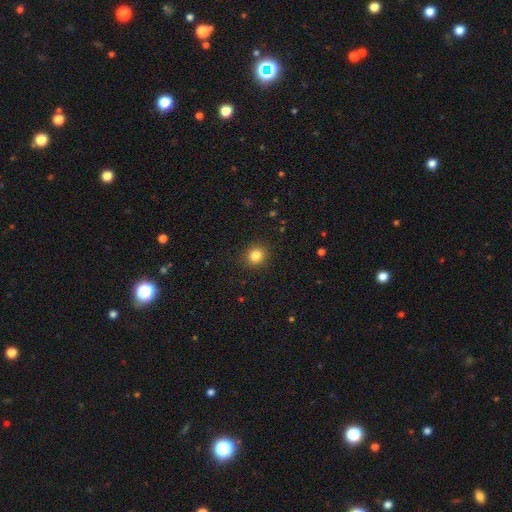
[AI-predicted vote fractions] A smooth galaxy with no disk features (83%) that is round (83%). Merging: none (91%).